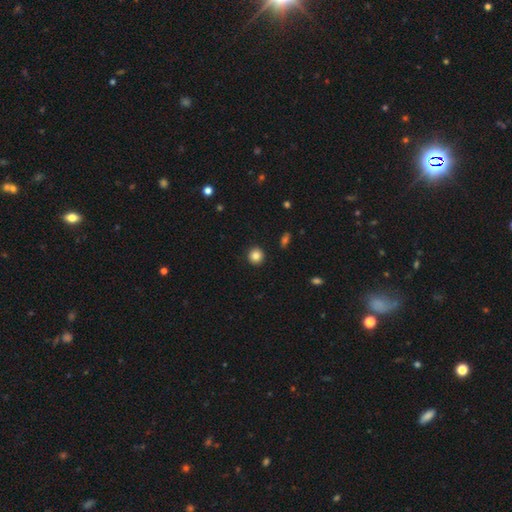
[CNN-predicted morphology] Smooth or featured: smooth — 85% (star or artifact — 10%)
How rounded: round — 93% (in between — 6%)
Merging: none — 92% (minor disturbance — 5%)